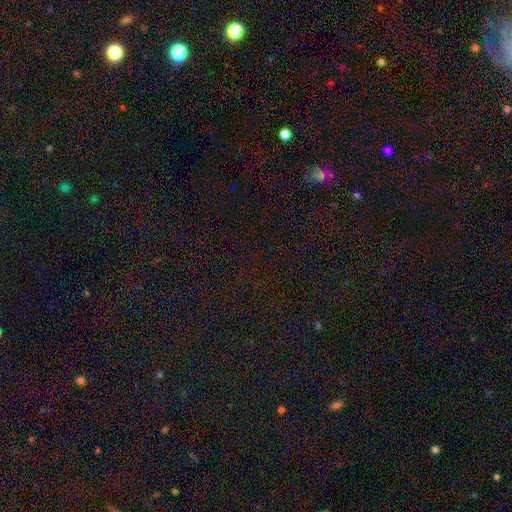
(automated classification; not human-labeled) Smooth or featured: star or artifact — 72% (smooth — 21%)